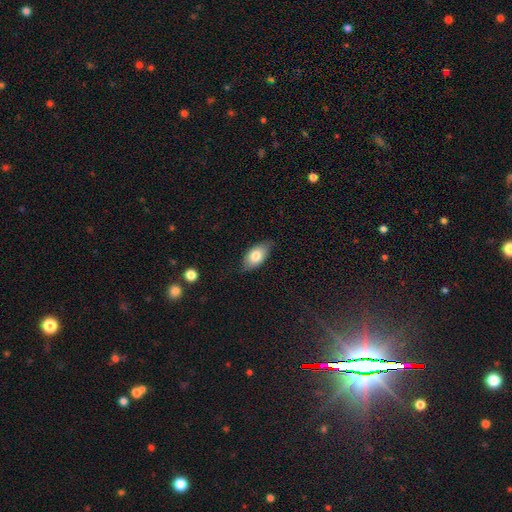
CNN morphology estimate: Overall: smooth (77%). How rounded: in between (91%). Merging: none (76%).